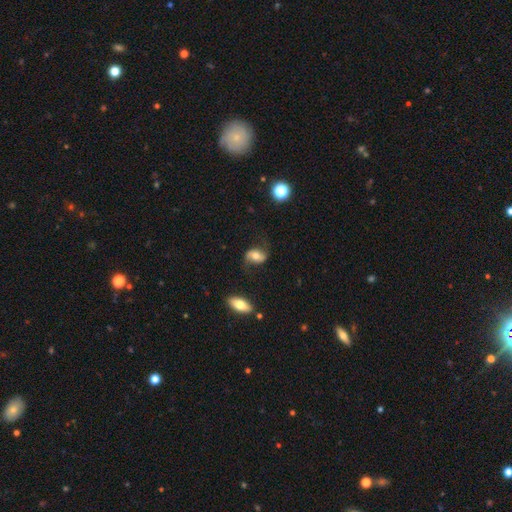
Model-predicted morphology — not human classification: Smooth or featured?
  - featured or disk: 53% *
  - smooth: 39%
  - star or artifact: 9%
Edge-on disk?
  - no: 93% *
  - yes: 7%
Merging?
  - none: 64% *
  - minor disturbance: 22%
  - major disturbance: 12%
  - merger: 3%